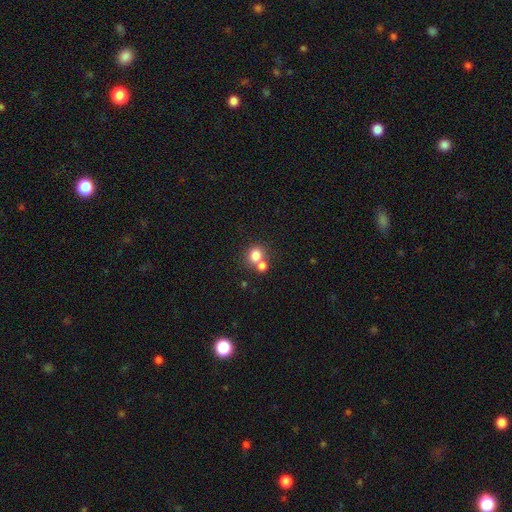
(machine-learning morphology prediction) Overall: smooth (79%). How rounded: round (73%). Merging: merger (46%; none 44%).